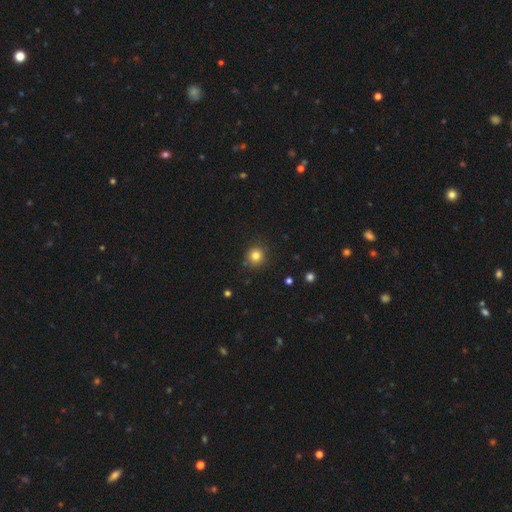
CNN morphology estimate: Q: Smooth or featured?
A: smooth (82%); runner-up: star or artifact (13%)
Q: How rounded?
A: round (92%); runner-up: in between (7%)
Q: Merging?
A: none (88%); runner-up: minor disturbance (8%)